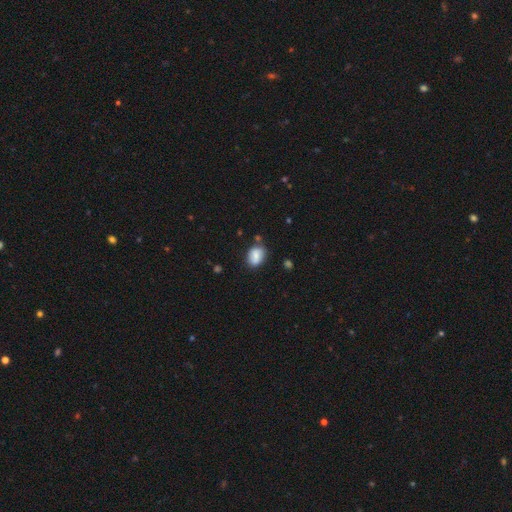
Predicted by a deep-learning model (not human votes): smooth-or-featured: smooth: 77% | featured or disk: 14% | star or artifact: 8%
  how-rounded: in between: 64% | round: 35% | cigar-shaped: 1%
  merging: none: 72% | minor disturbance: 19% | merger: 6% | major disturbance: 4%